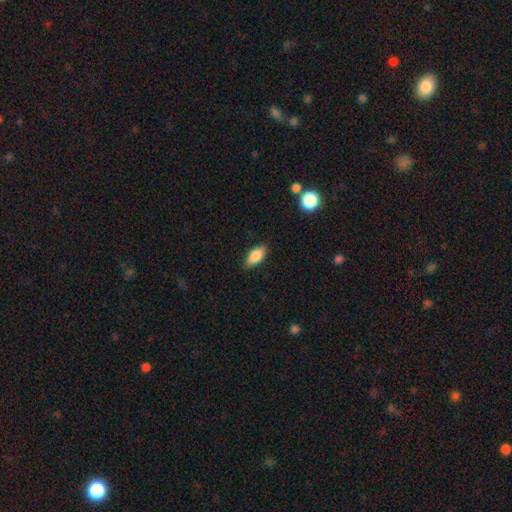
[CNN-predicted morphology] A smooth galaxy with no disk features (83%) that is in between round and cigar-shaped (87%). Merging: none (86%).